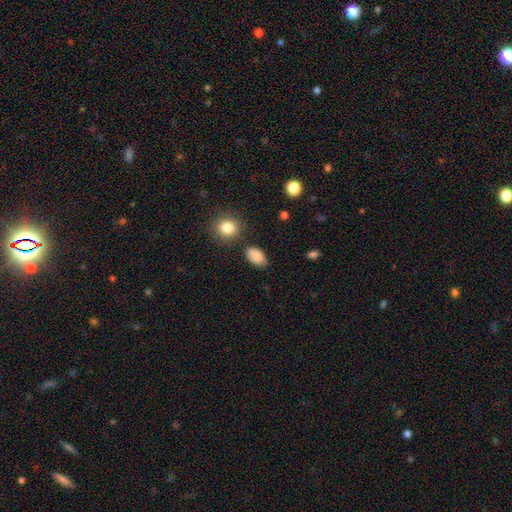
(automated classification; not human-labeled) The model was most divided on "merging": none: 76%, minor disturbance: 17%, major disturbance: 4%, merger: 4%. More confident: how rounded — in between (88%); smooth or featured — smooth (87%).